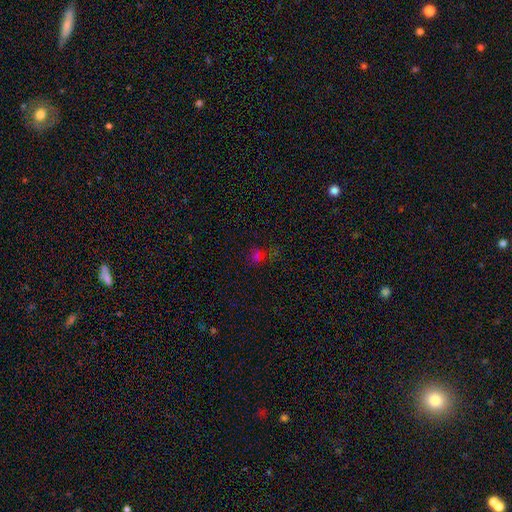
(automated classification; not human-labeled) A smooth galaxy with no disk features (47%). Merging: none (59%).